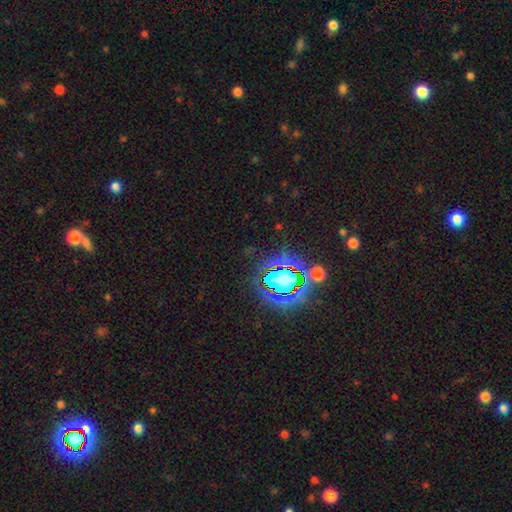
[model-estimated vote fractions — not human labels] smooth_or_featured: star or artifact (p=0.80) [alt: smooth p=0.12]